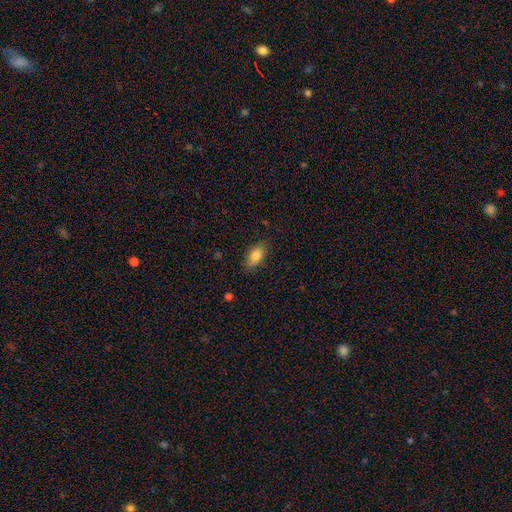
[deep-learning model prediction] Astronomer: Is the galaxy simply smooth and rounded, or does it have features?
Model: smooth — 82%.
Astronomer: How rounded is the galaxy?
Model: in between — 89%.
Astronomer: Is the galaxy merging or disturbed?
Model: none — 79%.